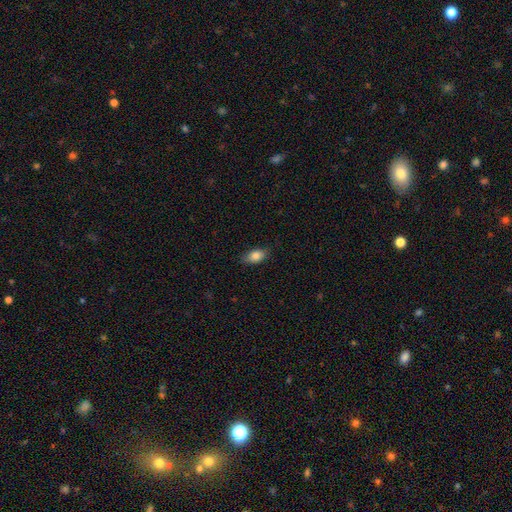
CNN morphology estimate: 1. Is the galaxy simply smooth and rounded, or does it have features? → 84% smooth, 9% featured or disk, 8% star or artifact.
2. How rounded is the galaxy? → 89% in between, 7% round, 4% cigar-shaped.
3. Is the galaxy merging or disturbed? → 81% none, 15% minor disturbance, 3% major disturbance, 1% merger.